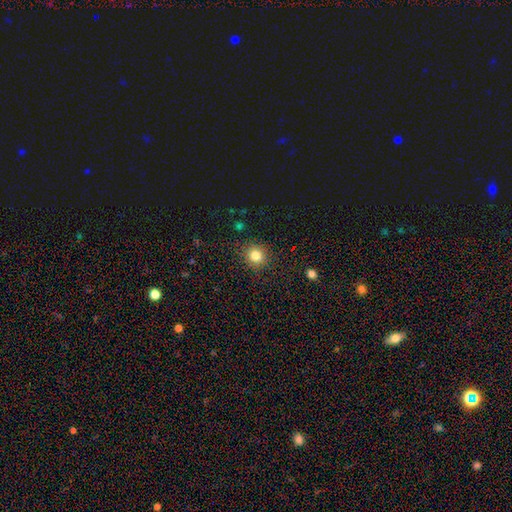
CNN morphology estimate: The model was most divided on "smooth or featured": smooth: 82%, star or artifact: 13%, featured or disk: 6%. More confident: how rounded — round (89%); merging — none (89%).